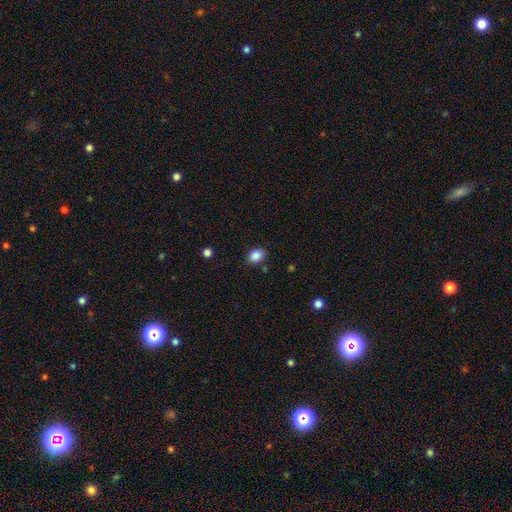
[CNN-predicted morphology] Q: Smooth or featured?
A: smooth (87%); runner-up: star or artifact (9%)
Q: How rounded?
A: in between (65%); runner-up: round (34%)
Q: Merging?
A: none (84%); runner-up: minor disturbance (11%)